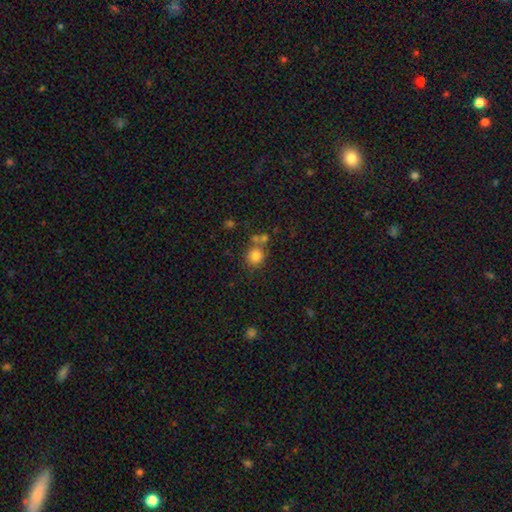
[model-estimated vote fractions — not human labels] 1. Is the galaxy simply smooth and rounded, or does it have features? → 81% smooth, 12% star or artifact, 7% featured or disk.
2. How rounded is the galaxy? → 86% round, 13% in between, 1% cigar-shaped.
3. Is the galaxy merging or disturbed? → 61% none, 23% merger, 11% minor disturbance, 5% major disturbance.